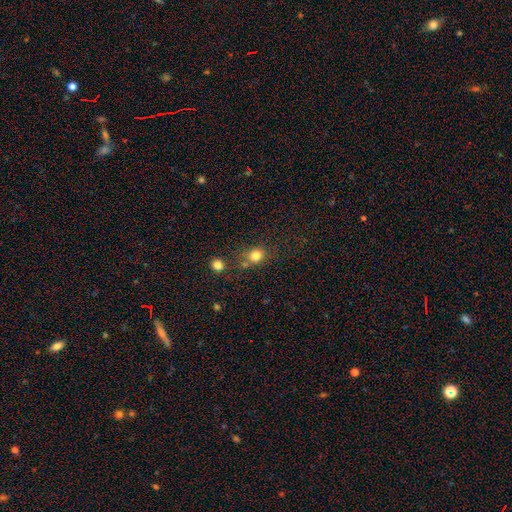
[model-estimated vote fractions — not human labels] Overall: smooth (80%). How rounded: round (77%). Merging: none (65%).